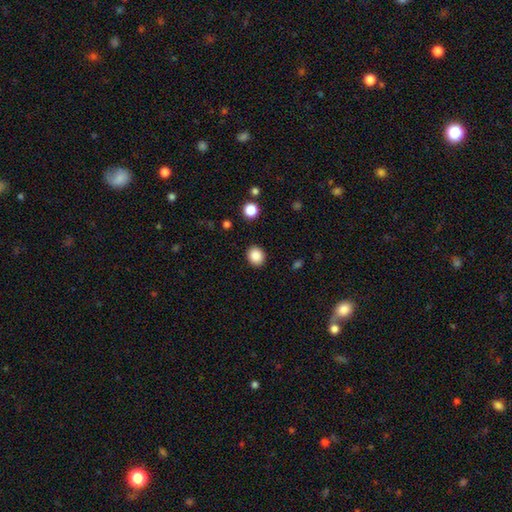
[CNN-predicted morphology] Smooth or featured: smooth — 87% (star or artifact — 9%)
How rounded: round — 72% (in between — 27%)
Merging: none — 89% (minor disturbance — 7%)